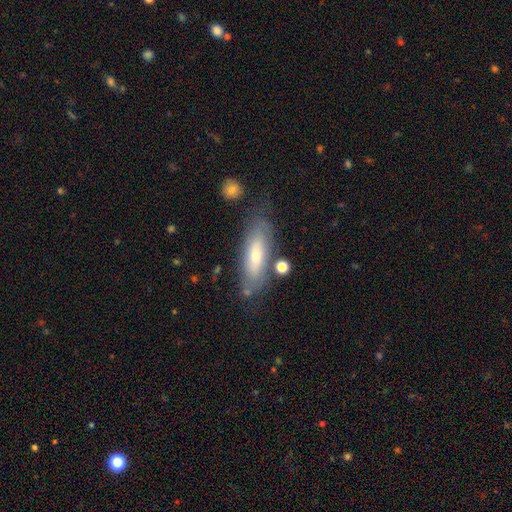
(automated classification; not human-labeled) A smooth galaxy with no disk features (59%) that is cigar-shaped (50%).

Vote fractions:
- Smooth or featured? smooth: 59% / featured or disk: 35% / star or artifact: 7%
- How rounded? cigar-shaped: 50% / in between: 48% / round: 2%
- Merging? none: 70% / minor disturbance: 18% / major disturbance: 6% / merger: 6%